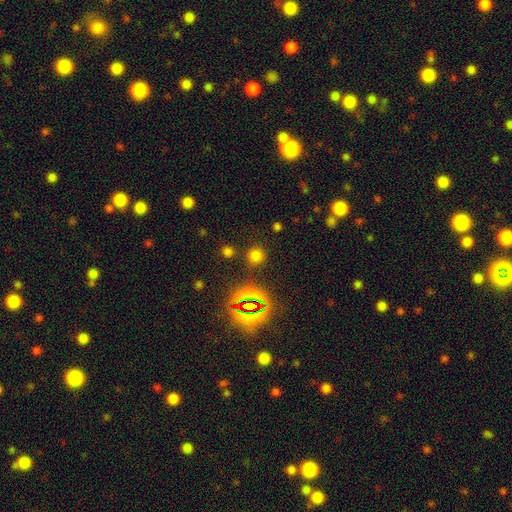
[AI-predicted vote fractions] Morphology: type=smooth (67%); roundness=round (91%); merging=none (85%).